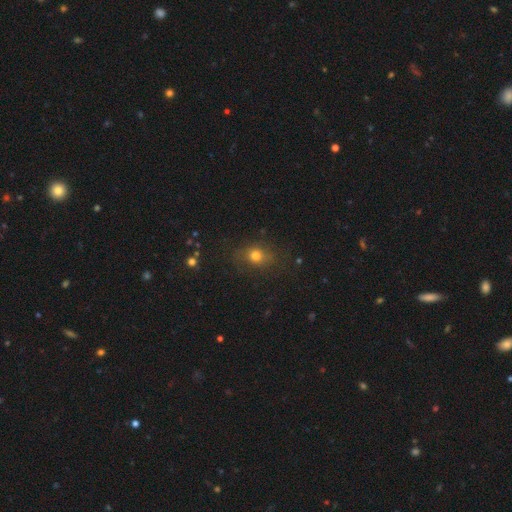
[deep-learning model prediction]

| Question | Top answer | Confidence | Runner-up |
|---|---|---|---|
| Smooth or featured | smooth | 71% | star or artifact (16%) |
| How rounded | round | 55% | in between (43%) |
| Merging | none | 76% | minor disturbance (16%) |